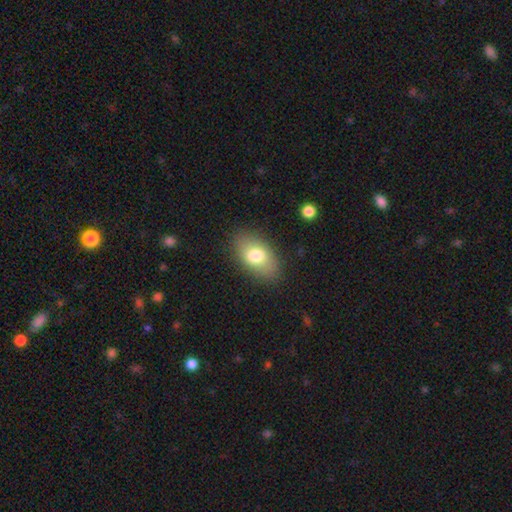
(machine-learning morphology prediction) smooth 76%, featured or disk 16%, star or artifact 8%. Down the decision tree: how rounded — in between (90%); merging — none (83%).